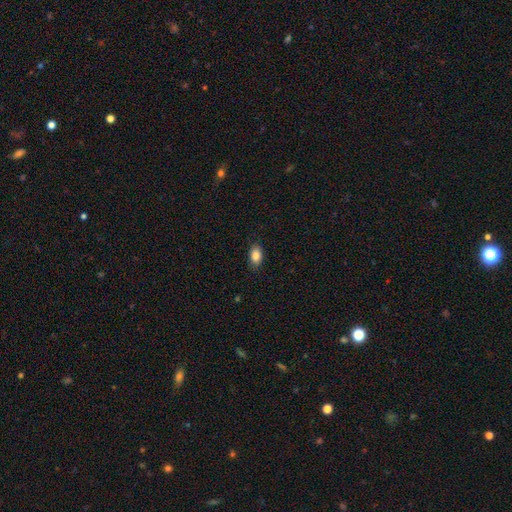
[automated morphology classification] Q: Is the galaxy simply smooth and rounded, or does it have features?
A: smooth — 85%.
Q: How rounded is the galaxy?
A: in between — 89%.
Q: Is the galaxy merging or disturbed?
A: none — 85%.